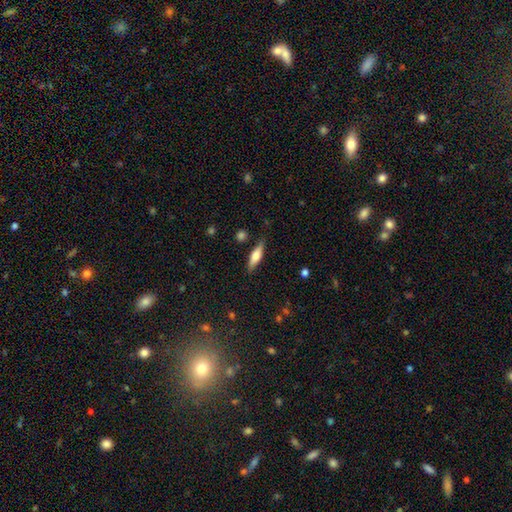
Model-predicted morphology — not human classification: Smooth or featured?
  - smooth: 61% *
  - featured or disk: 32%
  - star or artifact: 6%
How rounded?
  - cigar-shaped: 56% *
  - in between: 41%
  - round: 2%
Merging?
  - none: 81% *
  - minor disturbance: 14%
  - major disturbance: 3%
  - merger: 2%